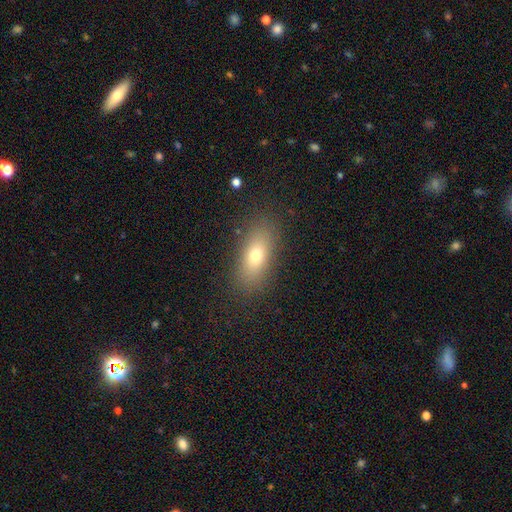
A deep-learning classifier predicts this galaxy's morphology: smooth_or_featured: smooth (p=0.73) [alt: featured or disk p=0.17]
how_rounded: in between (p=0.78) [alt: cigar-shaped p=0.16]
merging: none (p=0.86) [alt: minor disturbance p=0.09]